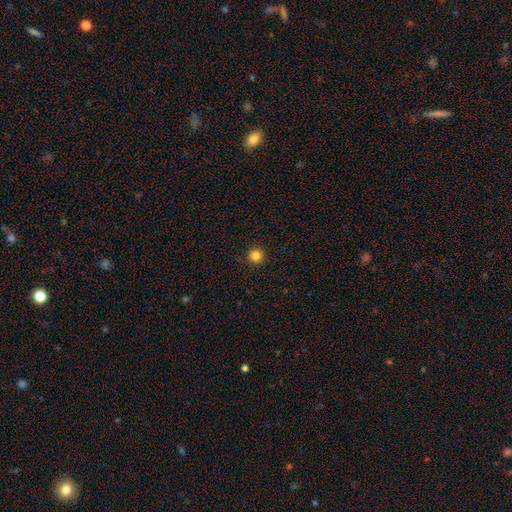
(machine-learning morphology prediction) Smooth or featured?
  - smooth: 83% *
  - star or artifact: 13%
  - featured or disk: 4%
How rounded?
  - round: 96% *
  - in between: 3%
  - cigar-shaped: 1%
Merging?
  - none: 93% *
  - minor disturbance: 4%
  - major disturbance: 2%
  - merger: 1%